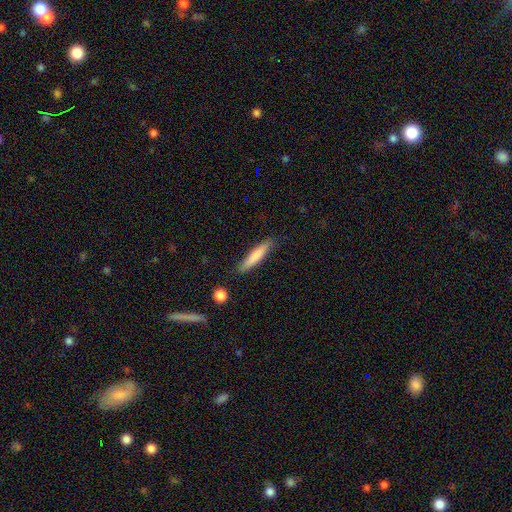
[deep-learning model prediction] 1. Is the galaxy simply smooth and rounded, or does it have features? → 77% smooth, 17% featured or disk, 6% star or artifact.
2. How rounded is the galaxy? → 89% cigar-shaped, 10% in between, 1% round.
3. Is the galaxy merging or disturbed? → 84% none, 12% minor disturbance, 2% major disturbance, 2% merger.